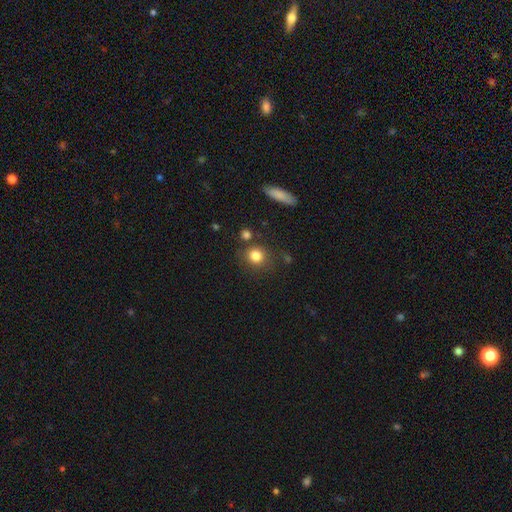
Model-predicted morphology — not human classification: Smooth or featured? smooth (82%)
How rounded? round (82%)
Merging? none (77%)